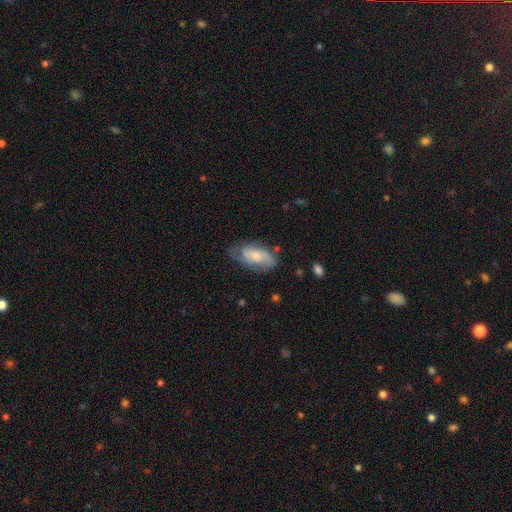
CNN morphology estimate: Smooth or featured? featured or disk (49%)
Merging? none (62%)